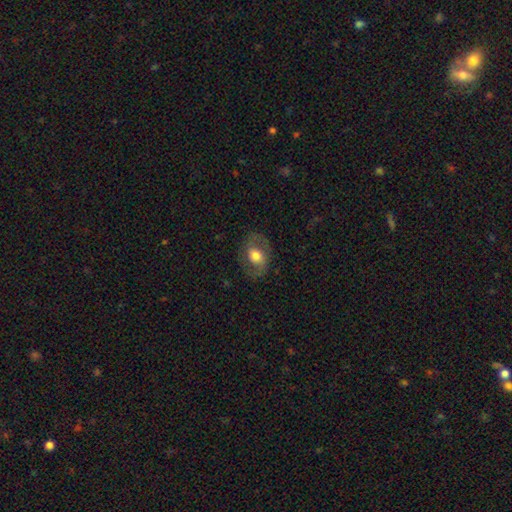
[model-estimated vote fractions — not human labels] The model was most divided on "smooth or featured": smooth: 50%, featured or disk: 42%, star or artifact: 8%. More confident: merging — none (75%).